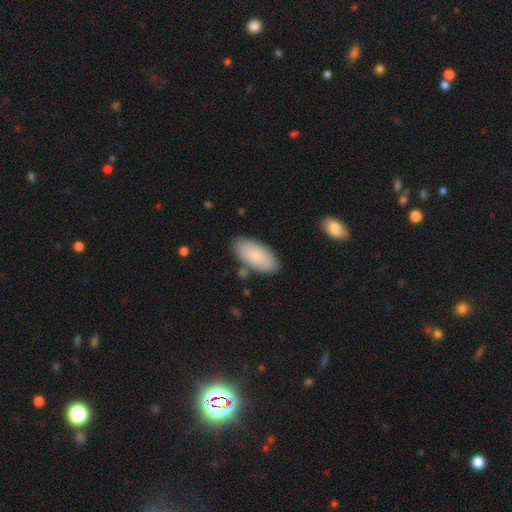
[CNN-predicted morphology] A smooth galaxy with no disk features (79%) that is in between round and cigar-shaped (93%). Merging: none (81%).